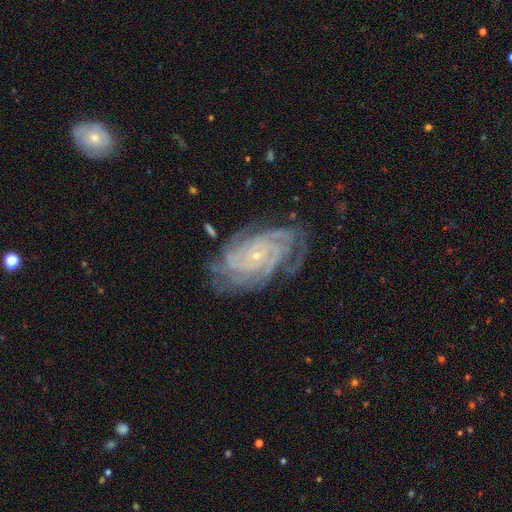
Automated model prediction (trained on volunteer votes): A featured or disk galaxy (89%) with no bar (74%), 4 (30%) tight (78%) spiral arms (98%) and a small central bulge (87%).

Vote fractions:
- Smooth or featured? featured or disk: 89% / star or artifact: 7% / smooth: 5%
- Edge-on disk? no: 97% / yes: 3%
- Bar? no: 74% / weak: 19% / strong: 7%
- Spiral arms? yes: 98% / no: 2%
- Spiral winding? tight: 78% / medium: 19% / loose: 3%
- Spiral arm count? 4: 30% / 3: 18% / can't tell: 17% / more than 4: 16% / 2: 12% / 1: 7%
- Bulge size? small: 87% / moderate: 9% / none: 2% / large: 1% / dominant: 1%
- Merging? none: 76% / minor disturbance: 17% / major disturbance: 6% / merger: 2%